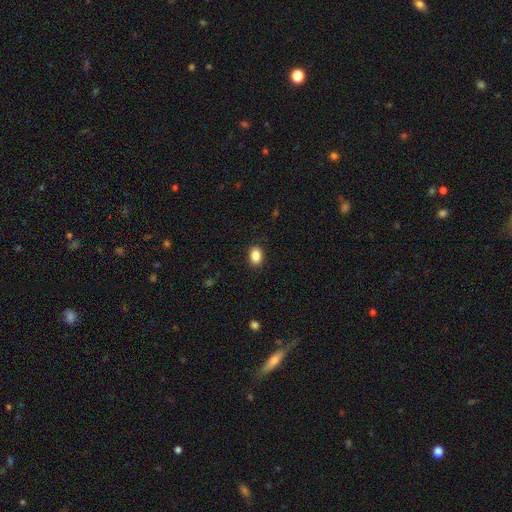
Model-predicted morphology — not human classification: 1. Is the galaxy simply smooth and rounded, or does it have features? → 87% smooth, 8% star or artifact, 4% featured or disk.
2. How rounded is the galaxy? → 82% in between, 17% round, 1% cigar-shaped.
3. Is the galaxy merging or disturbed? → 89% none, 8% minor disturbance, 2% major disturbance, 1% merger.